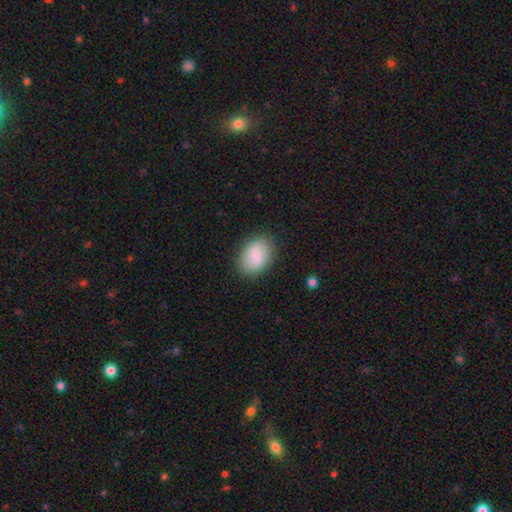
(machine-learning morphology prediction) The model was most divided on "how rounded": in between: 82%, round: 17%, cigar-shaped: 1%. More confident: merging — none (84%); smooth or featured — smooth (83%).